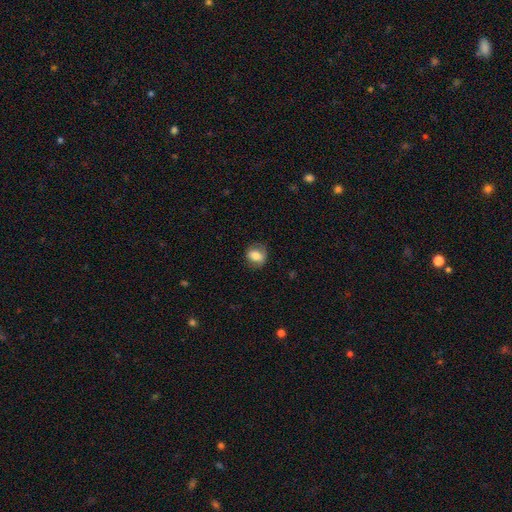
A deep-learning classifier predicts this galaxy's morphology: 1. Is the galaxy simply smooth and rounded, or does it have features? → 76% smooth, 16% featured or disk, 8% star or artifact.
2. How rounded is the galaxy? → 52% round, 47% in between, 1% cigar-shaped.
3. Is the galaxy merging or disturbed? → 76% none, 17% minor disturbance, 6% major disturbance, 1% merger.